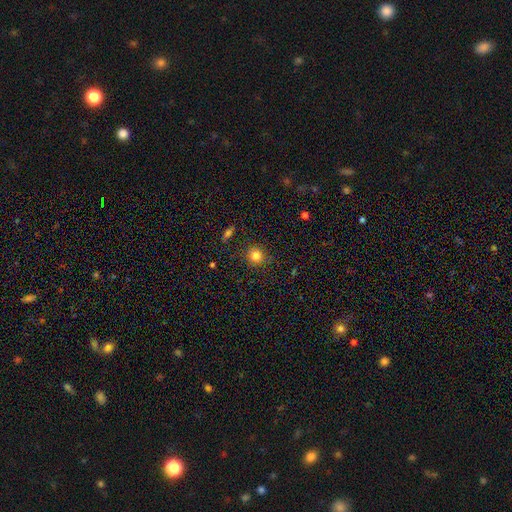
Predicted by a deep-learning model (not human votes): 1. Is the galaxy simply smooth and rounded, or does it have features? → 82% smooth, 12% star or artifact, 6% featured or disk.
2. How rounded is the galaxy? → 90% round, 9% in between, 1% cigar-shaped.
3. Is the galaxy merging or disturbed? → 87% none, 9% minor disturbance, 3% major disturbance, 1% merger.